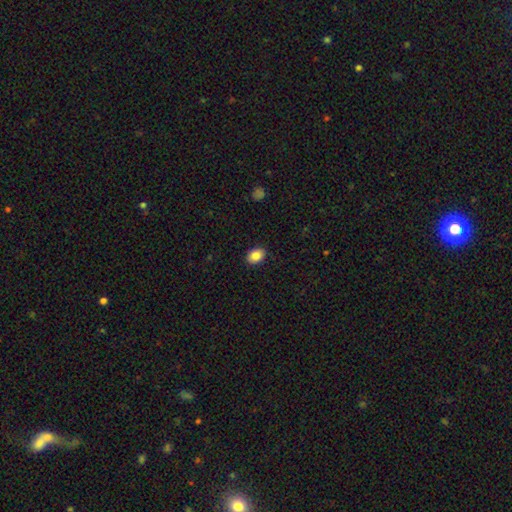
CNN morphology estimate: This appears to be a smooth galaxy with no disk features (86%) that is in between round and cigar-shaped (72%). Merging: none (90%).